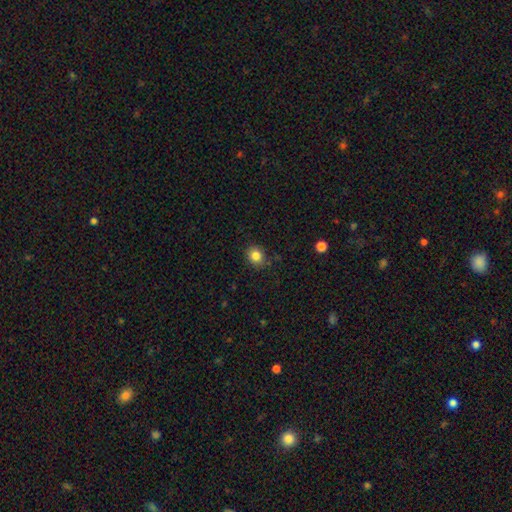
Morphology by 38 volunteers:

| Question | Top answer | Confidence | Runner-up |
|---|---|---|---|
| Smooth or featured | smooth | 82% | star or artifact (11%) |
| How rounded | round | 71% | in between (29%) |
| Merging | none | 79% | minor disturbance (15%) |